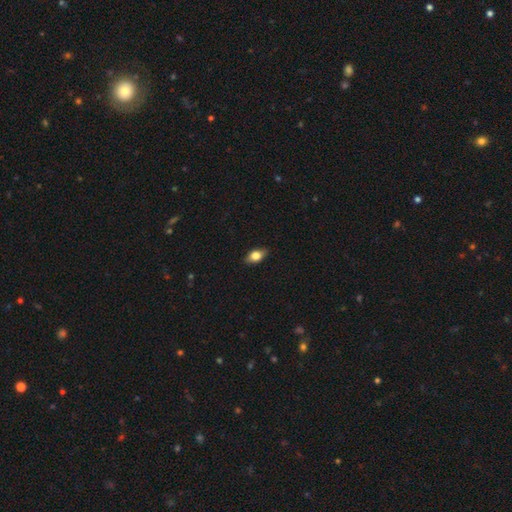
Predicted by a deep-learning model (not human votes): smooth_or_featured: smooth (p=0.75) [alt: featured or disk p=0.17]
how_rounded: in between (p=0.84) [alt: round p=0.10]
merging: none (p=0.86) [alt: minor disturbance p=0.11]